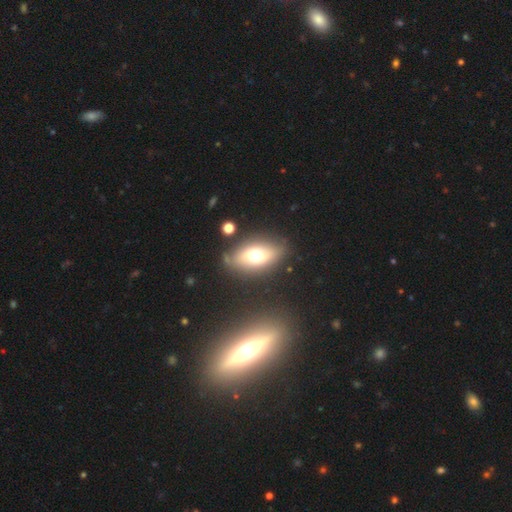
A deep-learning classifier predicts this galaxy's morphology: A smooth galaxy with no disk features (56%) that is in between round and cigar-shaped (83%).

Vote fractions:
- Smooth or featured? smooth: 56% / featured or disk: 33% / star or artifact: 11%
- How rounded? in between: 83% / round: 9% / cigar-shaped: 8%
- Merging? none: 78% / minor disturbance: 14% / major disturbance: 4% / merger: 4%